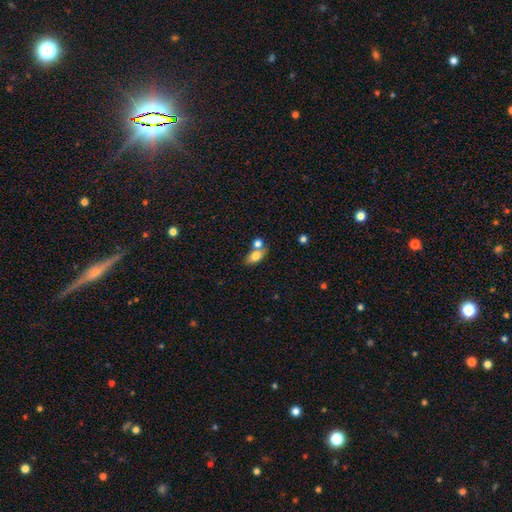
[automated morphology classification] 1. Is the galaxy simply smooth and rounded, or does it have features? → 74% smooth, 17% featured or disk, 9% star or artifact.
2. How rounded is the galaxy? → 82% in between, 13% round, 5% cigar-shaped.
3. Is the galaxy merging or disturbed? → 47% none, 37% merger, 12% minor disturbance, 4% major disturbance.